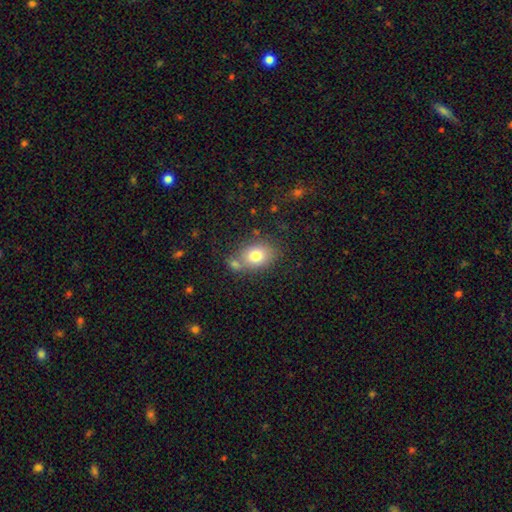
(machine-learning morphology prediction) Smooth or featured: smooth — 77% (featured or disk — 14%)
How rounded: in between — 67% (round — 32%)
Merging: none — 60% (merger — 20%)